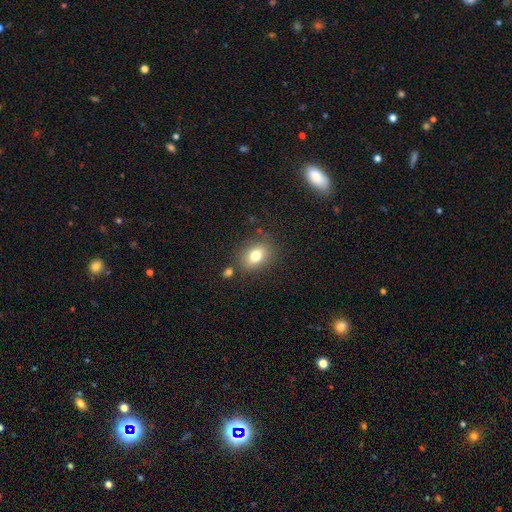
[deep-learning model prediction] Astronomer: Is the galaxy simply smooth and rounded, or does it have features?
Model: smooth — 78%.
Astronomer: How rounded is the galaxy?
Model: in between — 67%.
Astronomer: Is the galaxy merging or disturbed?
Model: none — 79%.